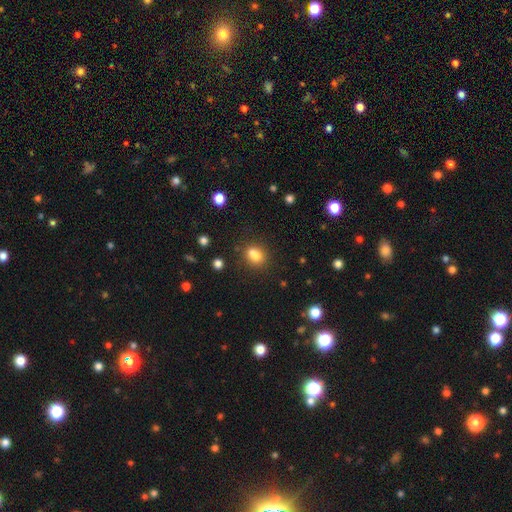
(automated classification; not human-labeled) smooth-or-featured: smooth: 78% | star or artifact: 12% | featured or disk: 10%
  how-rounded: in between: 55% | round: 43% | cigar-shaped: 2%
  merging: none: 56% | merger: 24% | minor disturbance: 14% | major disturbance: 5%